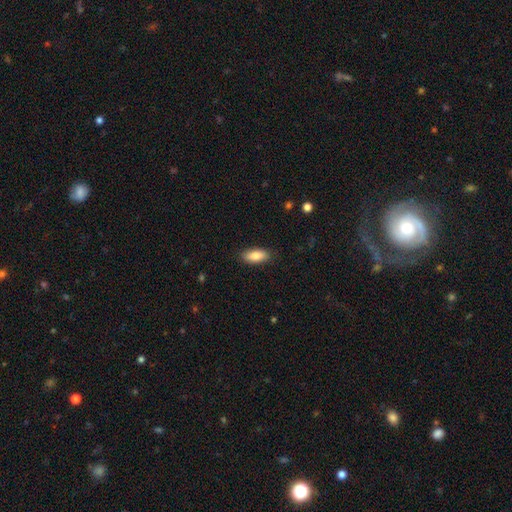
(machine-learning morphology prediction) Overall: smooth (84%). How rounded: in between (85%). Merging: none (88%).